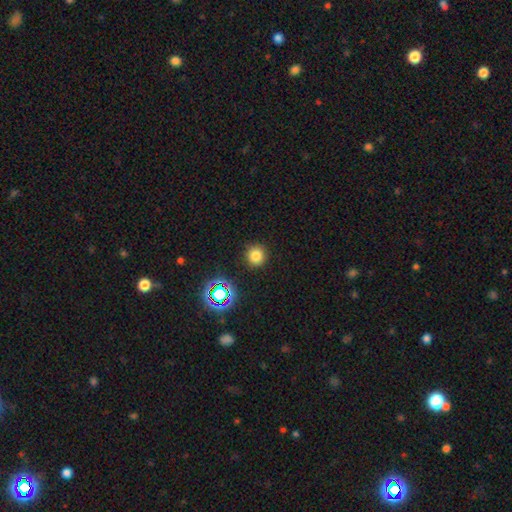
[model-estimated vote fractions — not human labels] Smooth or featured? Predicted: smooth (p=0.77). How rounded? Predicted: round (p=0.93). Merging? Predicted: none (p=0.90).